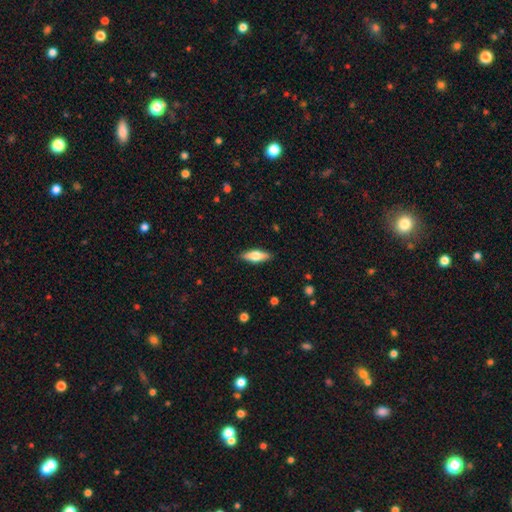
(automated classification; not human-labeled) smooth 56%, featured or disk 38%, star or artifact 6%. Down the decision tree: how rounded — in between (58%); merging — none (88%).